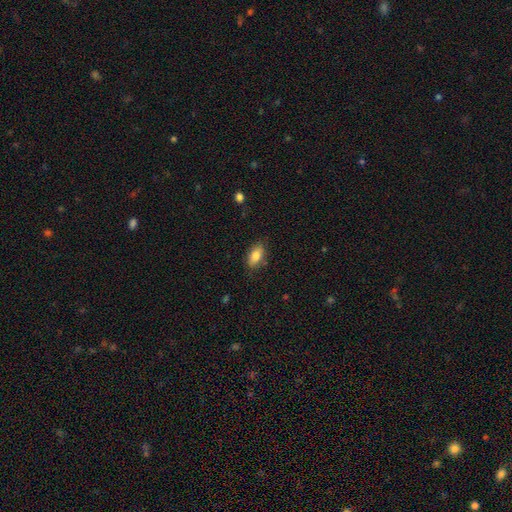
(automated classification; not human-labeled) smooth 83%, featured or disk 9%, star or artifact 7%. Down the decision tree: how rounded — in between (89%); merging — none (81%).